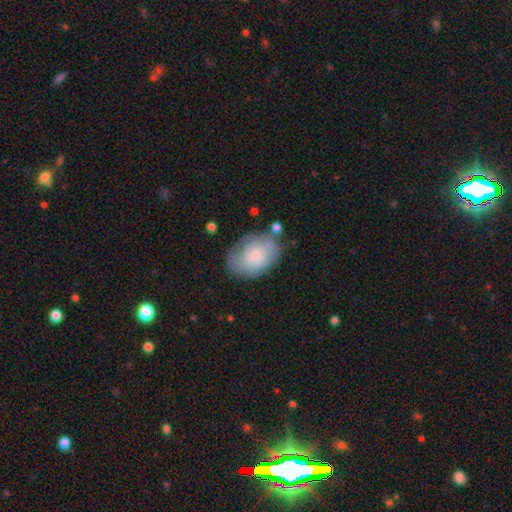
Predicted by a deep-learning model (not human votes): A featured or disk galaxy (51%).

Vote fractions:
- Smooth or featured? featured or disk: 51% / smooth: 42% / star or artifact: 7%
- Edge-on disk? no: 96% / yes: 4%
- Merging? none: 61% / minor disturbance: 25% / major disturbance: 10% / merger: 5%